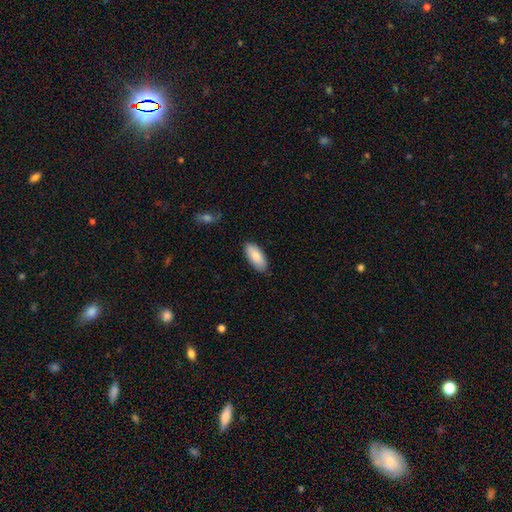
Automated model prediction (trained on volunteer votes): This appears to be a smooth galaxy with no disk features (86%) that is in between round and cigar-shaped (86%). Merging: none (86%).